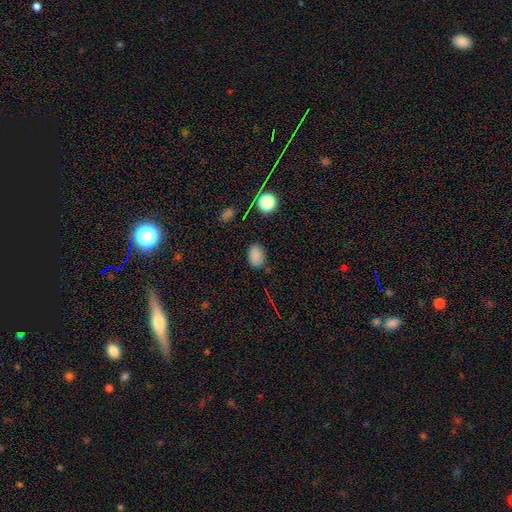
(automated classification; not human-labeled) Smooth or featured: smooth — 82% (star or artifact — 14%)
How rounded: in between — 82% (round — 17%)
Merging: none — 82% (minor disturbance — 13%)